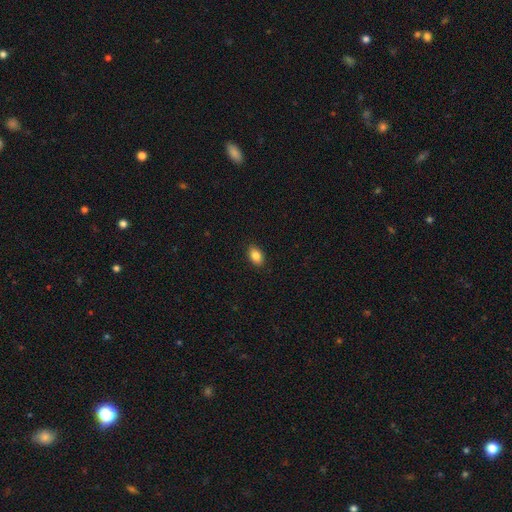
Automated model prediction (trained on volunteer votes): smooth-or-featured: smooth: 85% | star or artifact: 8% | featured or disk: 7%
  how-rounded: in between: 88% | round: 10% | cigar-shaped: 2%
  merging: none: 89% | minor disturbance: 8% | major disturbance: 2% | merger: 1%